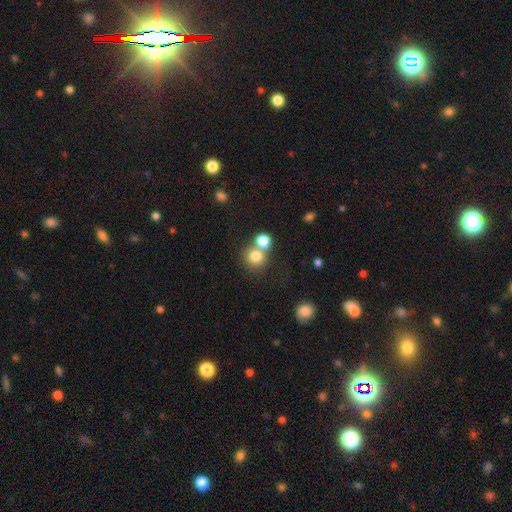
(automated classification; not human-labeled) smooth-or-featured: smooth: 78% | star or artifact: 13% | featured or disk: 10%
  how-rounded: round: 87% | in between: 12% | cigar-shaped: 1%
  merging: none: 52% | merger: 37% | minor disturbance: 7% | major disturbance: 3%